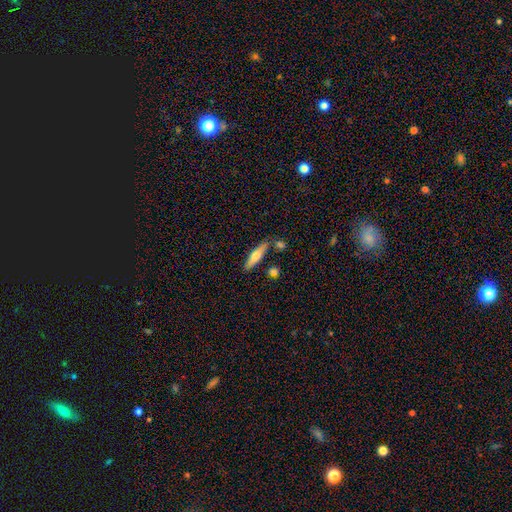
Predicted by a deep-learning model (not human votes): Morphology: type=smooth (58%); roundness=cigar-shaped (73%); merging=none (79%).